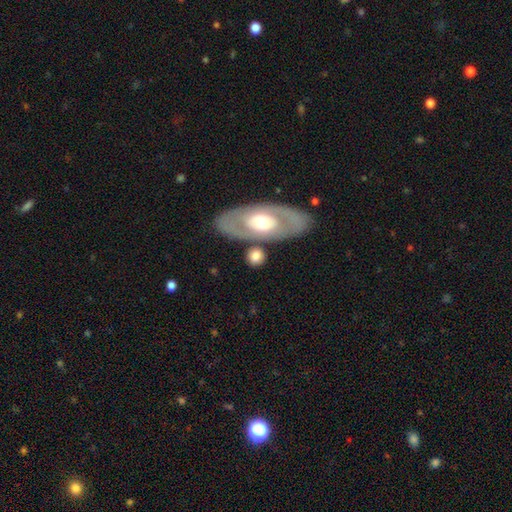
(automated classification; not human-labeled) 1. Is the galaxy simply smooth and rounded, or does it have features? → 62% smooth, 32% featured or disk, 6% star or artifact.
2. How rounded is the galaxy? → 48% in between, 47% round, 5% cigar-shaped.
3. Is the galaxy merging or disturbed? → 71% none, 14% merger, 11% minor disturbance, 4% major disturbance.